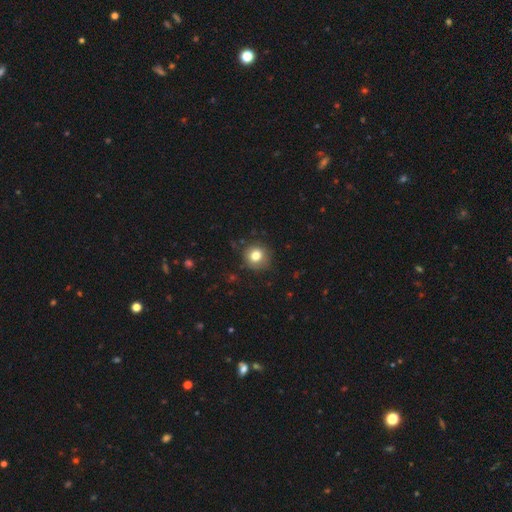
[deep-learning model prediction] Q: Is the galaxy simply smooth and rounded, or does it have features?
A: smooth — 80%.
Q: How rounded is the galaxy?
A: round — 88%.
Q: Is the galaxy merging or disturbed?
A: none — 85%.